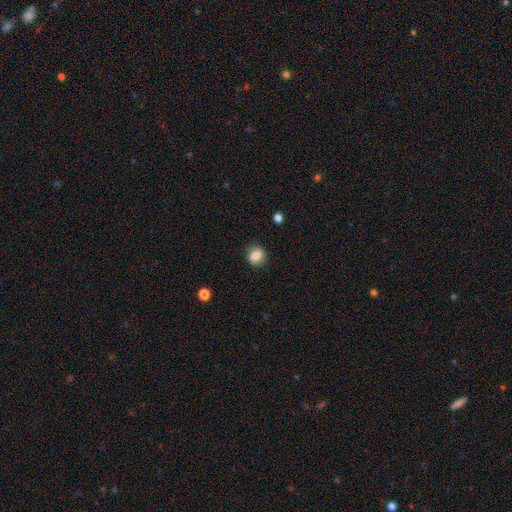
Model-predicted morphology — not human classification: A smooth galaxy with no disk features (81%) that is round (76%).

Vote fractions:
- Smooth or featured? smooth: 81% / featured or disk: 10% / star or artifact: 9%
- How rounded? round: 76% / in between: 23% / cigar-shaped: 1%
- Merging? none: 86% / minor disturbance: 10% / major disturbance: 3% / merger: 1%